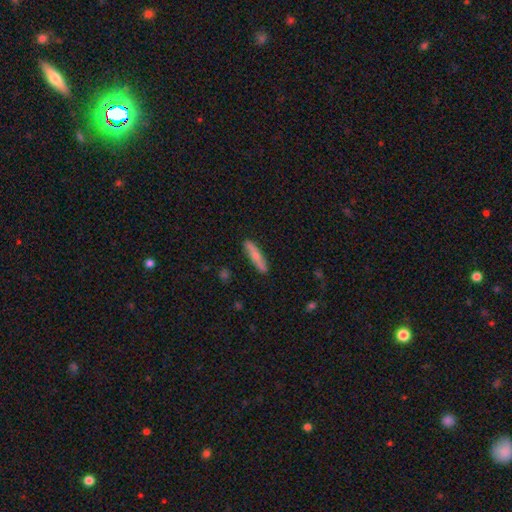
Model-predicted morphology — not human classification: Smooth or featured? smooth (58%)
How rounded? cigar-shaped (85%)
Merging? none (86%)